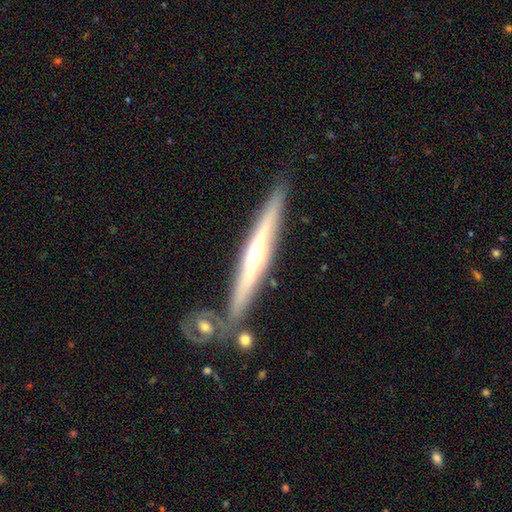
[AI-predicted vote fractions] Smooth or featured? featured or disk (74%)
Edge-on disk? yes (95%)
Edge-on bulge? rounded (77%)
Merging? none (79%)